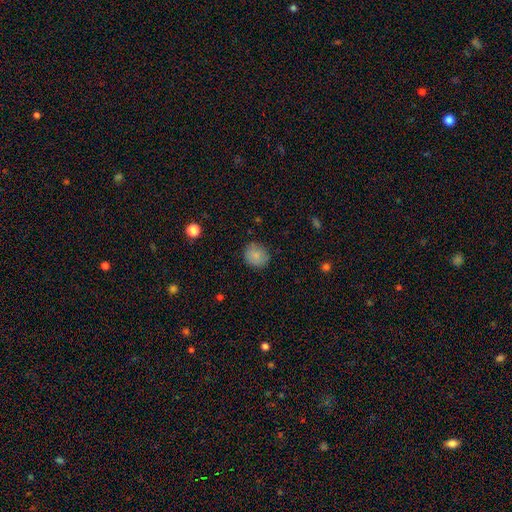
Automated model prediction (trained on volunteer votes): Smooth or featured? smooth (85%)
How rounded? round (80%)
Merging? none (84%)